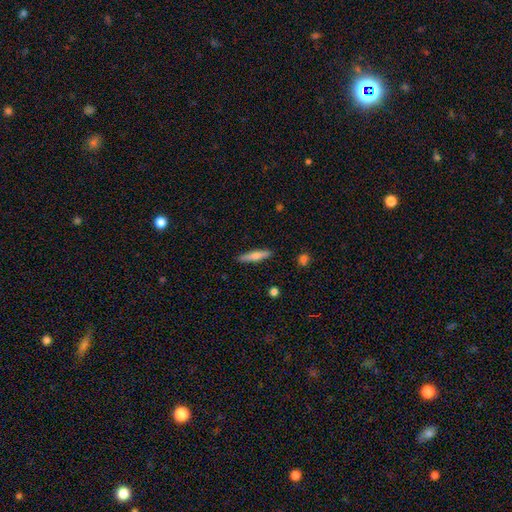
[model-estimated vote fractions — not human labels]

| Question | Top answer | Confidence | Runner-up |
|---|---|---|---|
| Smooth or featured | smooth | 58% | featured or disk (36%) |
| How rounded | cigar-shaped | 85% | in between (13%) |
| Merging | none | 89% | minor disturbance (8%) |